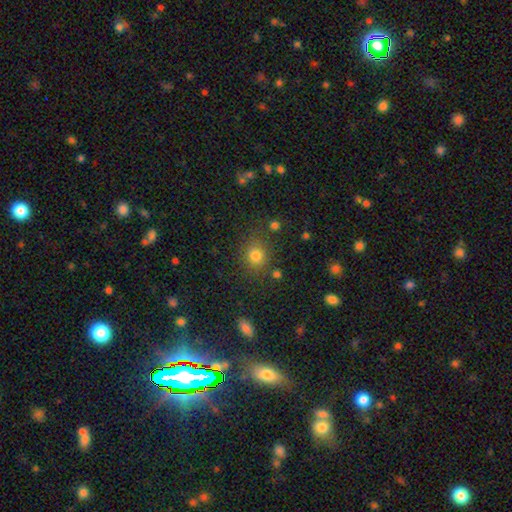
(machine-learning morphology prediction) Smooth or featured?
  - smooth: 79% *
  - star or artifact: 15%
  - featured or disk: 6%
How rounded?
  - round: 83% *
  - in between: 16%
  - cigar-shaped: 1%
Merging?
  - none: 80% *
  - minor disturbance: 10%
  - merger: 5%
  - major disturbance: 4%